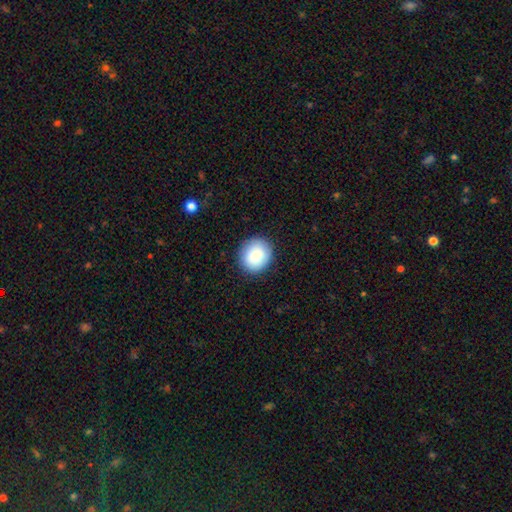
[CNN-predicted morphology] smooth 87%, star or artifact 7%, featured or disk 6%. Down the decision tree: how rounded — round (82%); merging — none (89%).